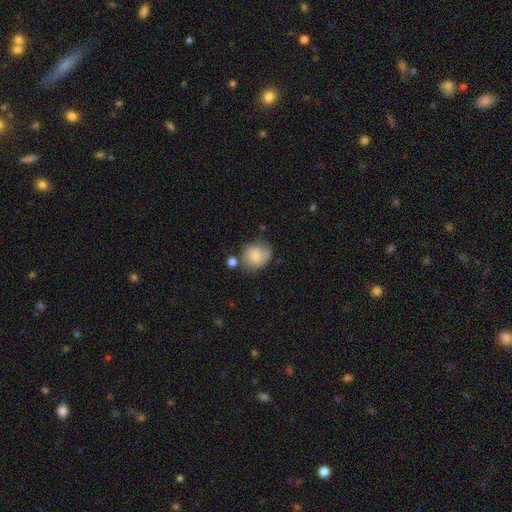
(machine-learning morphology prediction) A smooth galaxy with no disk features (68%) that is round (76%). Merging: none (54%).